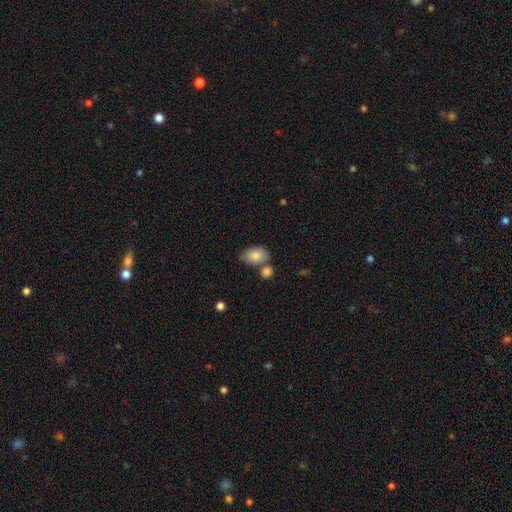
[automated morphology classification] A smooth galaxy with no disk features (84%) that is in between round and cigar-shaped (87%). Merging: none (54%).